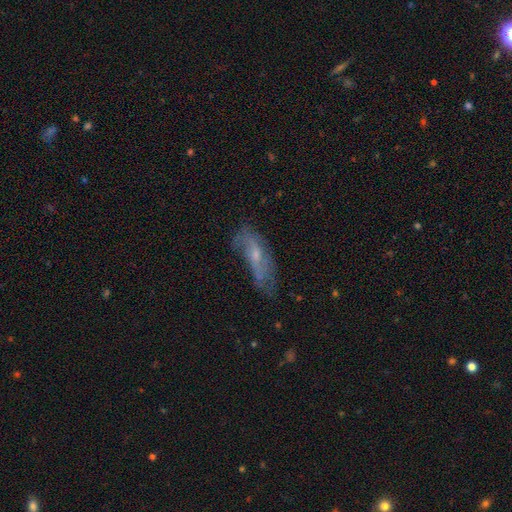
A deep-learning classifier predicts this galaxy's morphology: Smooth or featured? featured or disk (56%)
Edge-on disk? no (80%)
Merging? none (49%)